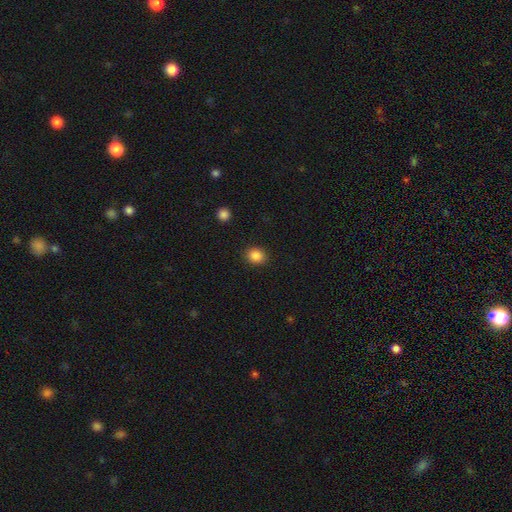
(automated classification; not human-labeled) Q: Smooth or featured?
A: smooth (86%); runner-up: star or artifact (10%)
Q: How rounded?
A: round (62%); runner-up: in between (37%)
Q: Merging?
A: none (88%); runner-up: minor disturbance (8%)